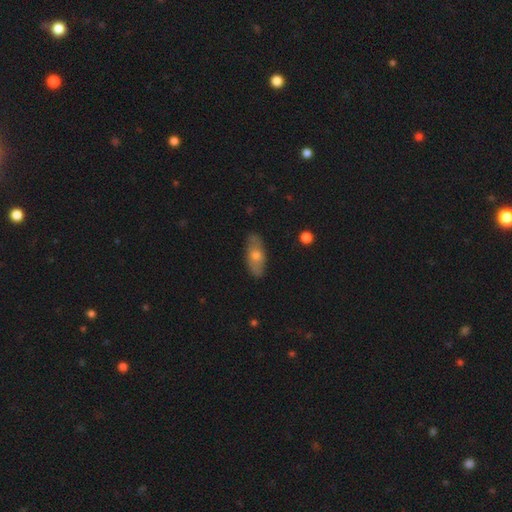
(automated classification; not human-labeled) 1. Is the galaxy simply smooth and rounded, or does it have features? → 56% smooth, 37% featured or disk, 8% star or artifact.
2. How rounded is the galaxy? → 79% in between, 17% cigar-shaped, 4% round.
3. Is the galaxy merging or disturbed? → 83% none, 13% minor disturbance, 2% major disturbance, 1% merger.